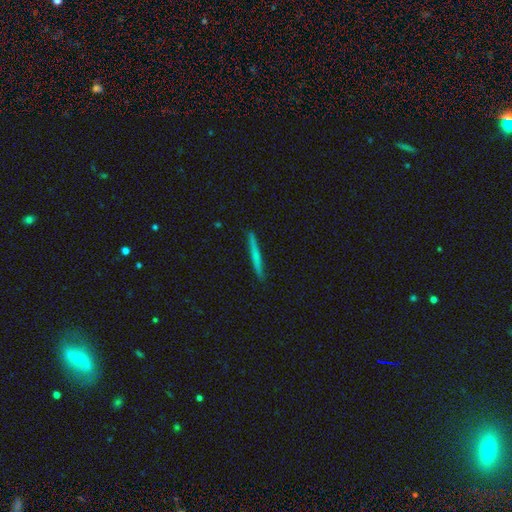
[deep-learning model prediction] The model was most divided on "smooth or featured": smooth: 55%, featured or disk: 39%, star or artifact: 6%. More confident: how rounded — cigar-shaped (96%); merging — none (92%).